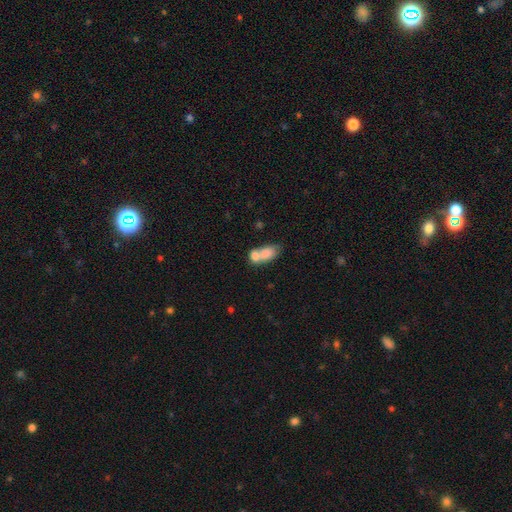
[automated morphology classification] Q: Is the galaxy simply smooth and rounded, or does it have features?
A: smooth — 76%.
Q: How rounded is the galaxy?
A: in between — 80%.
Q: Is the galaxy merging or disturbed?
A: merger — 62%.